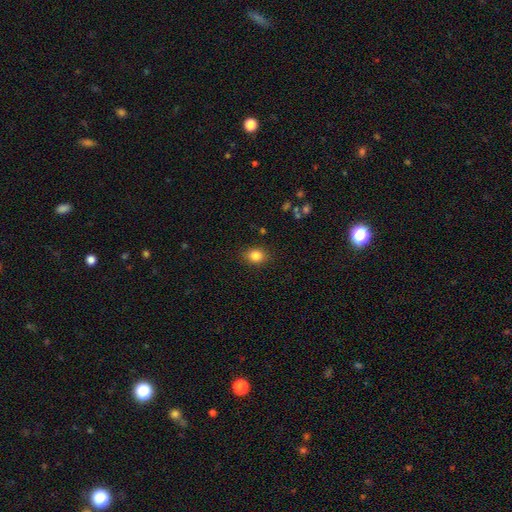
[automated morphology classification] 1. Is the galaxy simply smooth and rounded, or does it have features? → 84% smooth, 10% star or artifact, 5% featured or disk.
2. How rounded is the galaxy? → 52% round, 47% in between, 1% cigar-shaped.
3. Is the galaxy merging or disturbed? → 87% none, 9% minor disturbance, 2% major disturbance, 1% merger.